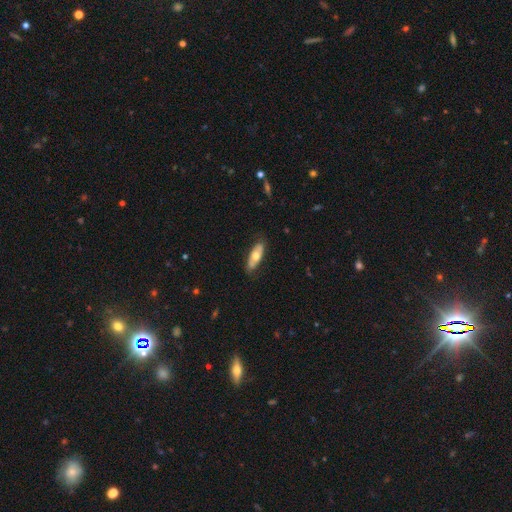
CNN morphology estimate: smooth_or_featured: smooth (p=0.56) [alt: featured or disk p=0.39]
how_rounded: in between (p=0.68) [alt: cigar-shaped p=0.29]
merging: none (p=0.80) [alt: minor disturbance p=0.15]